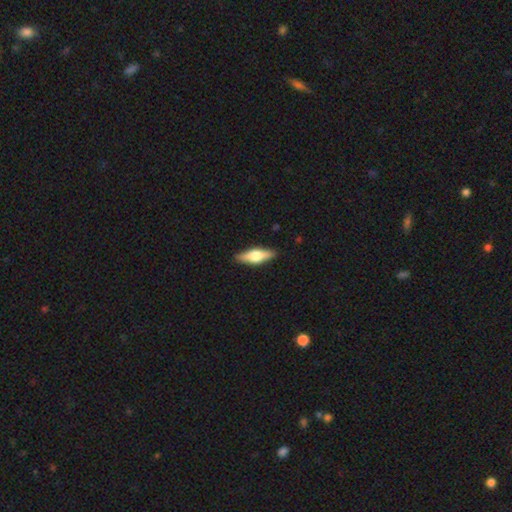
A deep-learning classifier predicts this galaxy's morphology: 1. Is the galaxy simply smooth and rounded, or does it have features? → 49% featured or disk, 46% smooth, 6% star or artifact.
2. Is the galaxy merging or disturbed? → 89% none, 8% minor disturbance, 2% major disturbance, 1% merger.